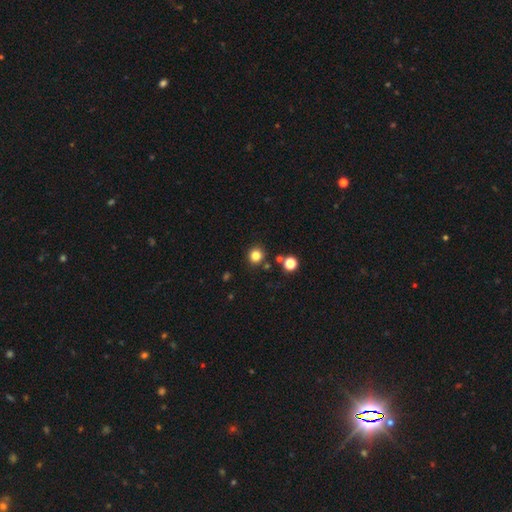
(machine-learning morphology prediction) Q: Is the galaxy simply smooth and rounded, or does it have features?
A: smooth — 81%.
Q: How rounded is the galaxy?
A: round — 93%.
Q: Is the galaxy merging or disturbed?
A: none — 88%.